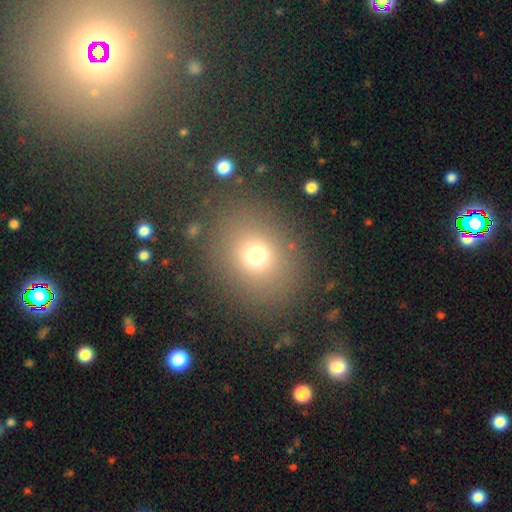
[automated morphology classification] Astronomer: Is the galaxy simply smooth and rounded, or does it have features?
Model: smooth — 70%.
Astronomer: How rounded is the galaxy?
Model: round — 70%.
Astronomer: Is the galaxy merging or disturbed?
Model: none — 82%.